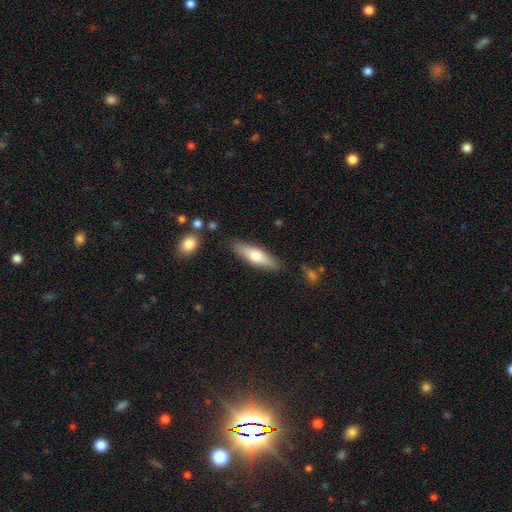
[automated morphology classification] A smooth galaxy with no disk features (62%) that is cigar-shaped (61%).

Vote fractions:
- Smooth or featured? smooth: 62% / featured or disk: 33% / star or artifact: 6%
- How rounded? cigar-shaped: 61% / in between: 37% / round: 2%
- Merging? none: 85% / minor disturbance: 11% / major disturbance: 2% / merger: 2%